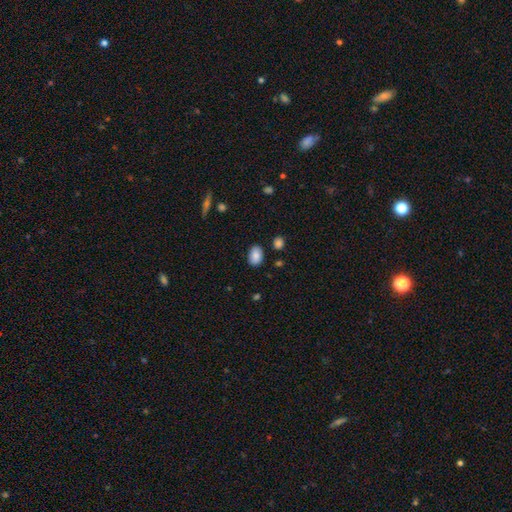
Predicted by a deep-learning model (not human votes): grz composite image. It shows a smooth galaxy with no disk features (87%) that is in between round and cigar-shaped (84%). Merging: none (84%).